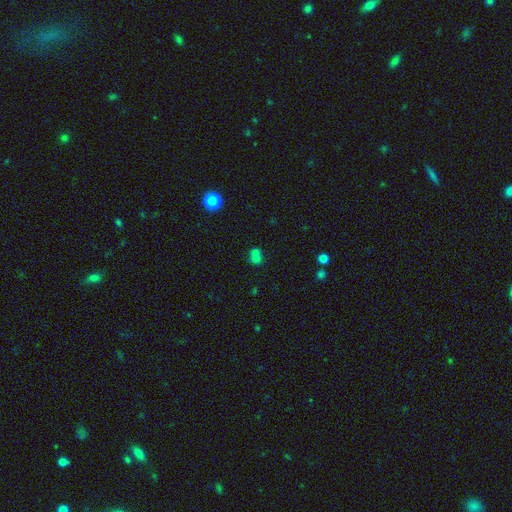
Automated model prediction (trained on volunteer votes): Smooth or featured? smooth (66%)
How rounded? round (75%)
Merging? merger (55%)